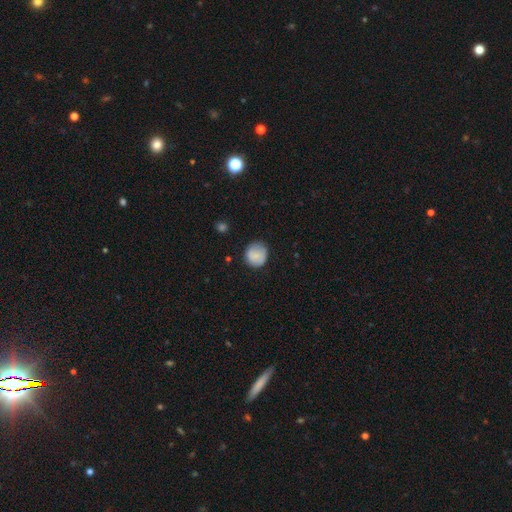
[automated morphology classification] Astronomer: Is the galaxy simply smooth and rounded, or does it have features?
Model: smooth — 80%.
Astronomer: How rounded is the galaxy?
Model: round — 88%.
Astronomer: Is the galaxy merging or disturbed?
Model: none — 77%.